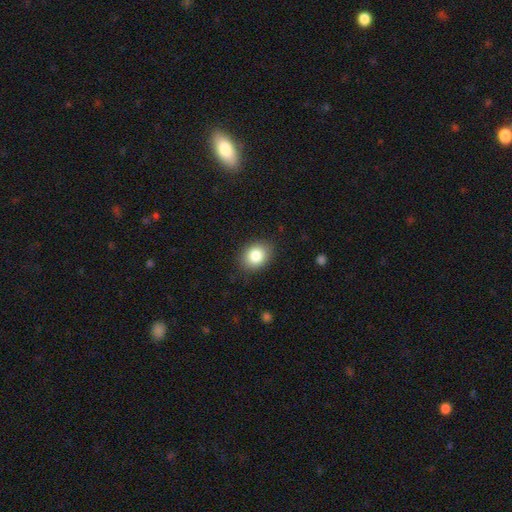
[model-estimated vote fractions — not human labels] Smooth or featured: smooth — 84% (star or artifact — 9%)
How rounded: in between — 53% (round — 46%)
Merging: none — 86% (minor disturbance — 11%)